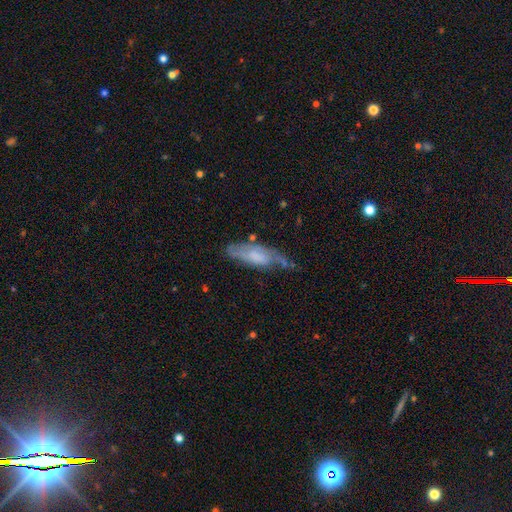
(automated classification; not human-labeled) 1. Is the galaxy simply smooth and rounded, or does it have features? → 54% featured or disk, 39% smooth, 7% star or artifact.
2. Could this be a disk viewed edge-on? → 75% no, 25% yes.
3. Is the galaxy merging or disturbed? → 50% none, 31% minor disturbance, 15% major disturbance, 4% merger.